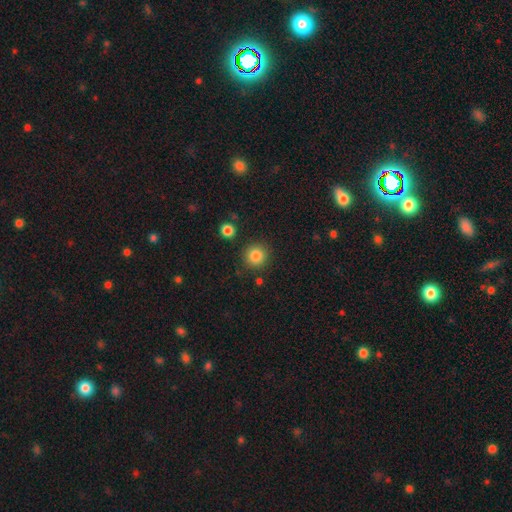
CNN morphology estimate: This appears to be a smooth galaxy with no disk features (85%) that is round (94%). Merging: none (88%).